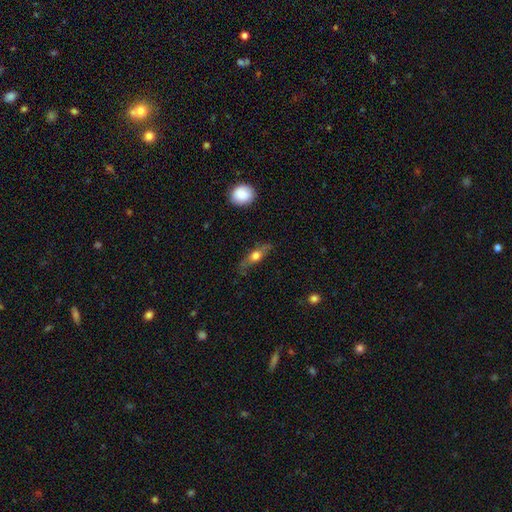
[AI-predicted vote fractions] Smooth or featured?
  - smooth: 52% *
  - featured or disk: 41%
  - star or artifact: 7%
How rounded?
  - cigar-shaped: 47% *
  - in between: 45%
  - round: 8%
Merging?
  - none: 70% *
  - minor disturbance: 22%
  - major disturbance: 7%
  - merger: 2%